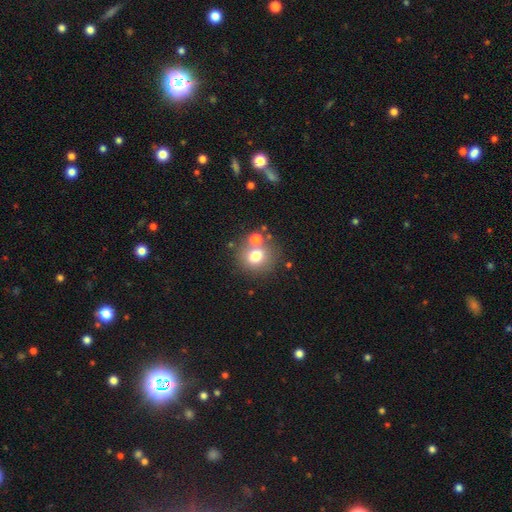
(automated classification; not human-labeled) Smooth or featured?
  - smooth: 71% *
  - featured or disk: 15%
  - star or artifact: 14%
How rounded?
  - round: 84% *
  - in between: 15%
  - cigar-shaped: 1%
Merging?
  - none: 65% *
  - merger: 21%
  - minor disturbance: 10%
  - major disturbance: 4%